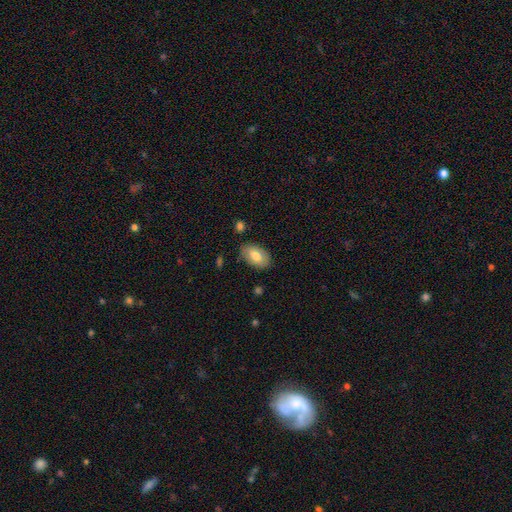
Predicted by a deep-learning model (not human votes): Smooth or featured? smooth (76%)
How rounded? in between (93%)
Merging? none (82%)